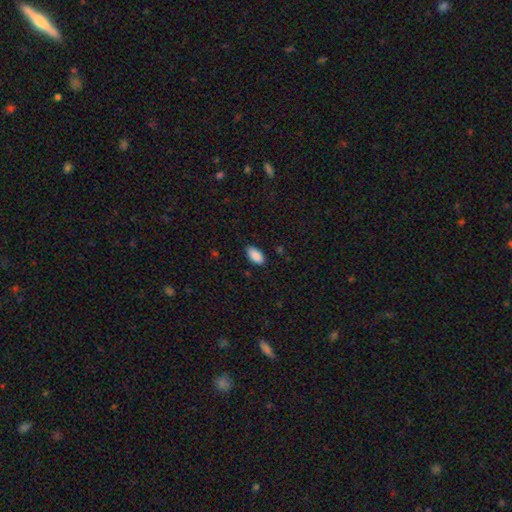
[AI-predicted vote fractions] This is clearly a smooth galaxy (90%). How rounded: clearly in between (94%). Merging: clearly none (84%).